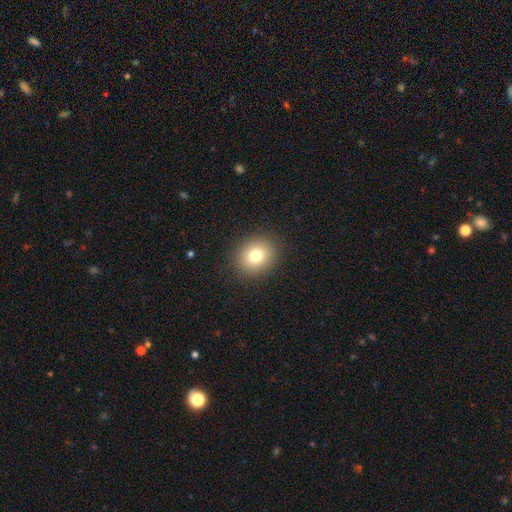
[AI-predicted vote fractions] Morphology: type=smooth (79%); roundness=round (72%); merging=none (90%).